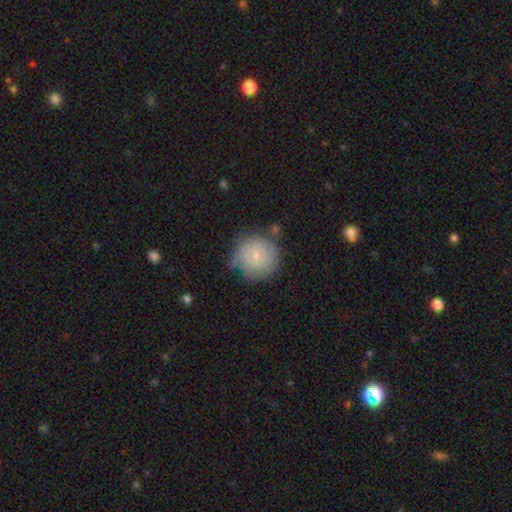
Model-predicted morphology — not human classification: Smooth or featured?
  - smooth: 70% *
  - featured or disk: 22%
  - star or artifact: 7%
How rounded?
  - round: 94% *
  - in between: 5%
  - cigar-shaped: 1%
Merging?
  - none: 67% *
  - minor disturbance: 22%
  - major disturbance: 6%
  - merger: 5%